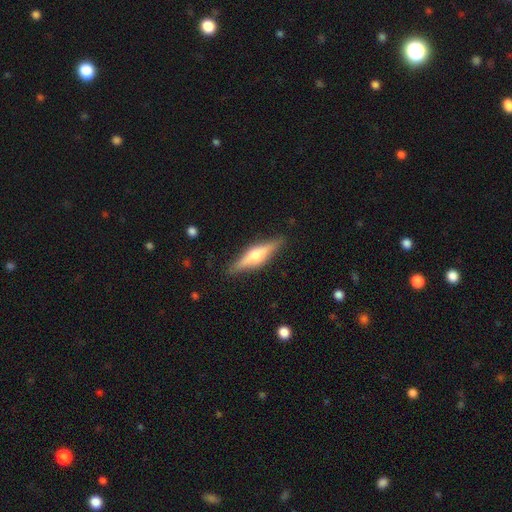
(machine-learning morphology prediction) featured or disk 65%, smooth 30%, star or artifact 6%. Down the decision tree: edge-on disk — yes (96%); edge-on bulge — rounded (91%); merging — none (88%).